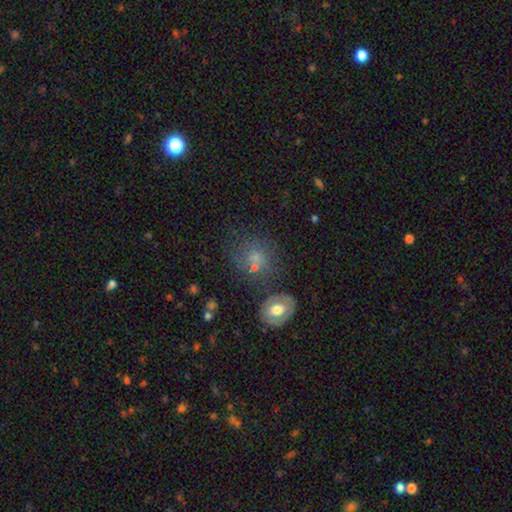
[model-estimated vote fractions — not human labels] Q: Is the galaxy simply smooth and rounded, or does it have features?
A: smooth — 65%.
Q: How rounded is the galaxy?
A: round — 71%.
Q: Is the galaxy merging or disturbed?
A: none — 57%.